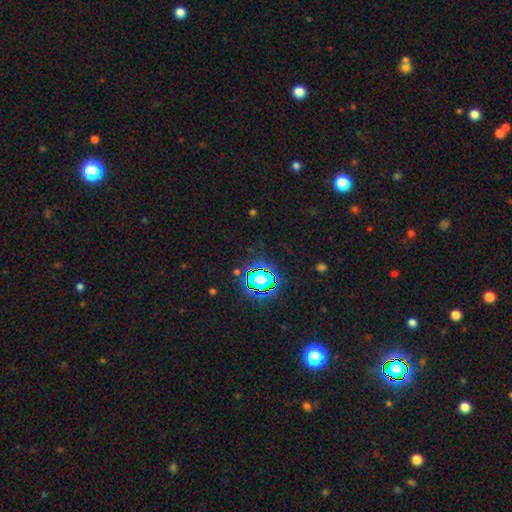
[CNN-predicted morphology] This appears to be a star or artifact, not a galaxy (81%).